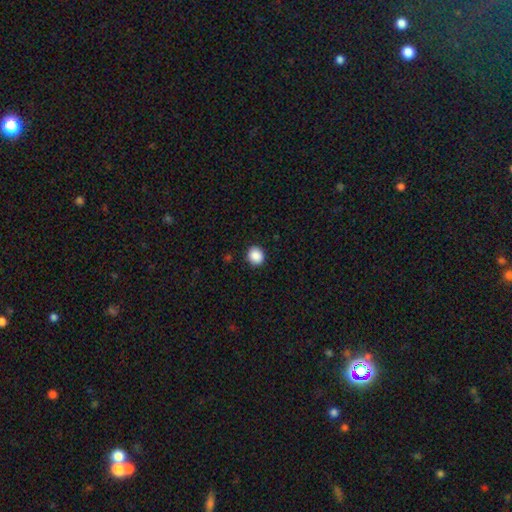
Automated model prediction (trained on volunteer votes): Smooth or featured? smooth (89%)
How rounded? round (81%)
Merging? none (91%)